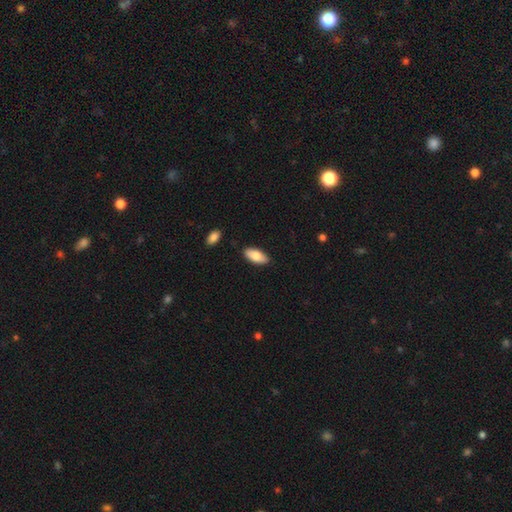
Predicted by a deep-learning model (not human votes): This is likely a smooth galaxy (79%). How rounded: clearly in between (88%). Merging: clearly none (87%).